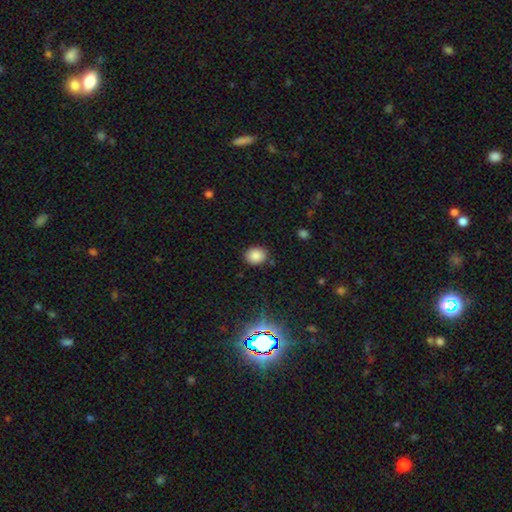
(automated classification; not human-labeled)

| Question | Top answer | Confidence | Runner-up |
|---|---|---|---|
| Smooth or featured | smooth | 84% | star or artifact (12%) |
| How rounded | round | 59% | in between (40%) |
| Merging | none | 86% | minor disturbance (9%) |